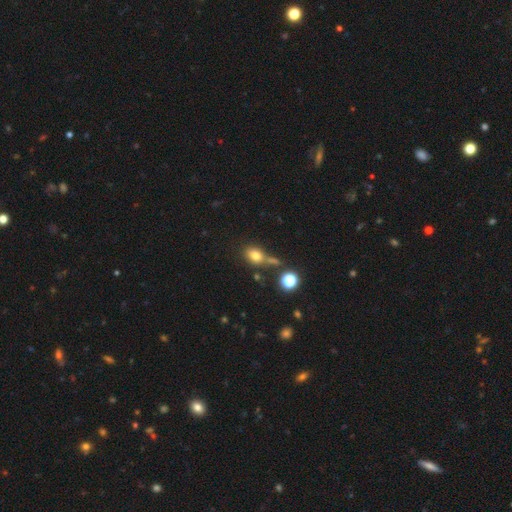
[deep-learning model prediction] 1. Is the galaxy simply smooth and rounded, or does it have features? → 76% smooth, 14% star or artifact, 10% featured or disk.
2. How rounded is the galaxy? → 59% in between, 39% round, 2% cigar-shaped.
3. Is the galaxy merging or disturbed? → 53% none, 23% merger, 16% minor disturbance, 8% major disturbance.